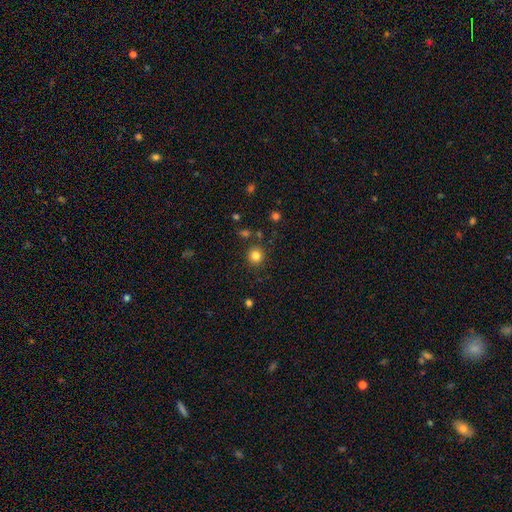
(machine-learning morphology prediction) This is clearly a smooth galaxy (82%). How rounded: clearly round (92%). Merging: clearly none (87%).